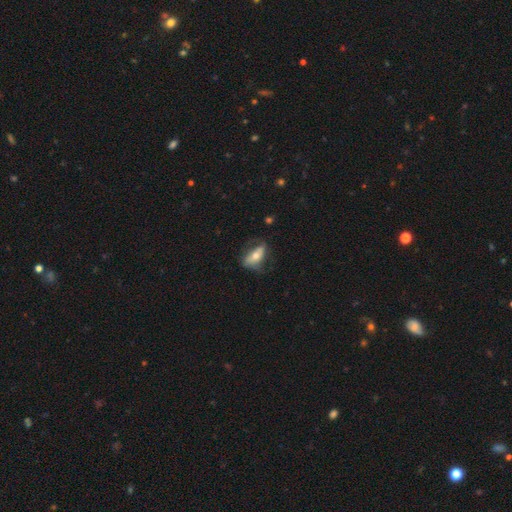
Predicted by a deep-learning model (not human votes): The model was most divided on "smooth or featured": smooth: 52%, featured or disk: 41%, star or artifact: 8%. More confident: how rounded — in between (80%); merging — none (56%).